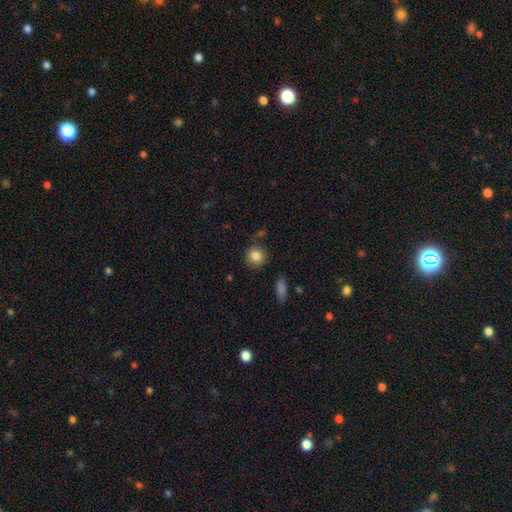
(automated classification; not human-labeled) A smooth galaxy with no disk features (85%) that is round (88%). Merging: none (83%).